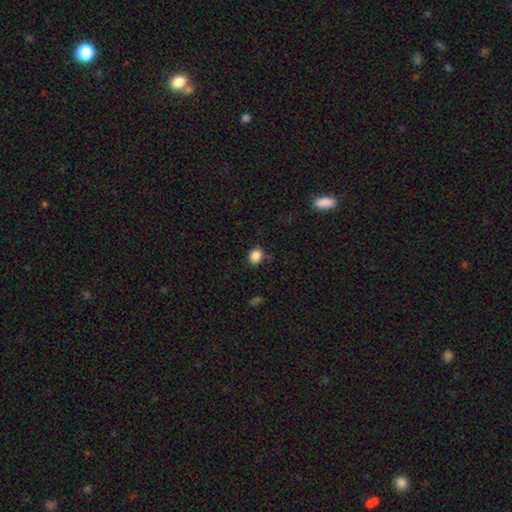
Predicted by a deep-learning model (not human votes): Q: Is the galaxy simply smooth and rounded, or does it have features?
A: smooth — 86%.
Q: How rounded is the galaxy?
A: round — 74%.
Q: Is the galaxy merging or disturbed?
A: none — 83%.